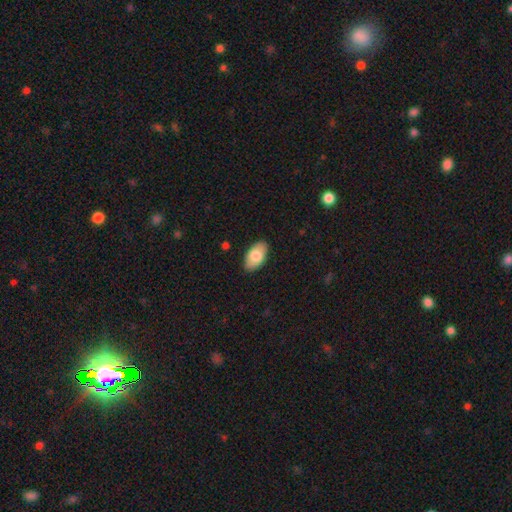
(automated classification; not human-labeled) A smooth galaxy with no disk features (80%) that is in between round and cigar-shaped (95%).

Vote fractions:
- Smooth or featured? smooth: 80% / featured or disk: 14% / star or artifact: 6%
- How rounded? in between: 95% / round: 3% / cigar-shaped: 2%
- Merging? none: 87% / minor disturbance: 10% / major disturbance: 2% / merger: 1%